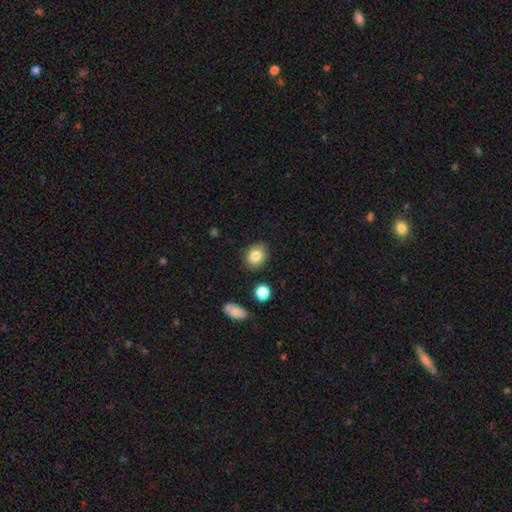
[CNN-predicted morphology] Overall: smooth (83%). How rounded: in between (52%; round 47%). Merging: none (86%).